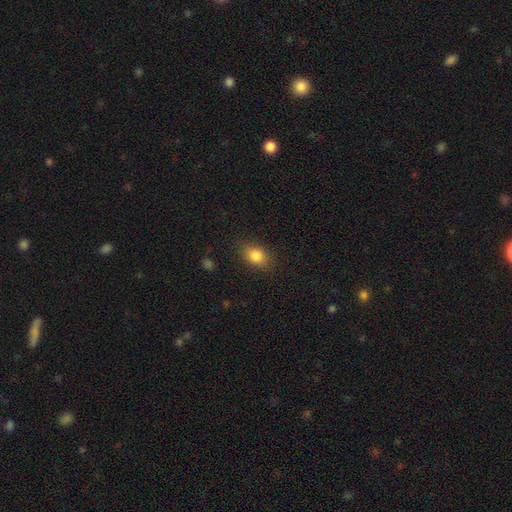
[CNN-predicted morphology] type=smooth (83%); roundness=in between (74%); merging=none (86%).